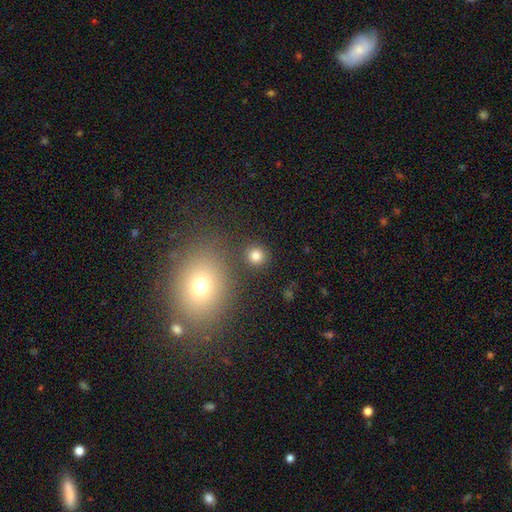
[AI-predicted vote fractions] Smooth or featured? smooth (81%)
How rounded? round (88%)
Merging? none (84%)